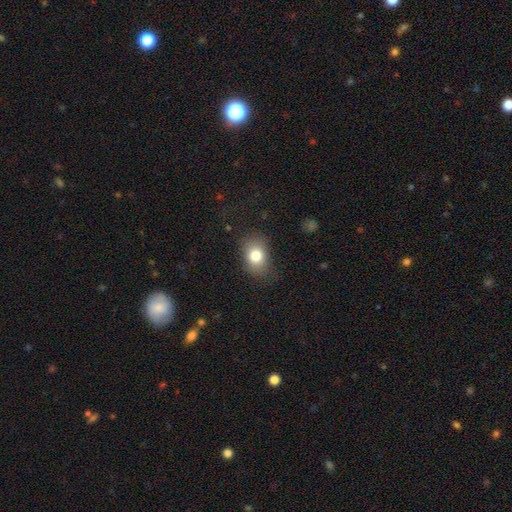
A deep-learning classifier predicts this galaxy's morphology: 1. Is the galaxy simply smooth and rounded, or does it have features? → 80% smooth, 11% featured or disk, 10% star or artifact.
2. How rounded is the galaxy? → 67% in between, 31% round, 1% cigar-shaped.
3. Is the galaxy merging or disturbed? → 72% none, 20% minor disturbance, 7% major disturbance, 1% merger.